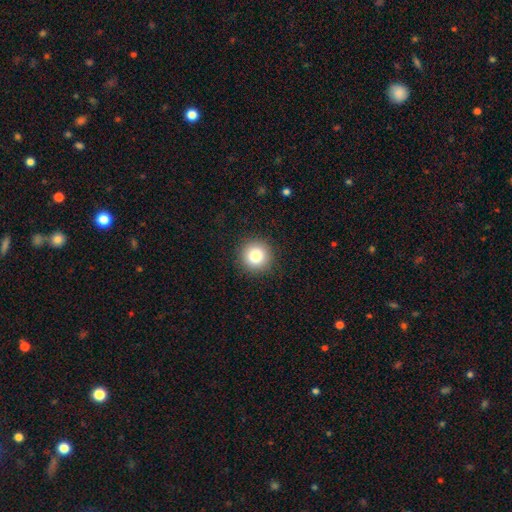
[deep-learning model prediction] A smooth galaxy with no disk features (84%) that is round (95%).

Vote fractions:
- Smooth or featured? smooth: 84% / star or artifact: 10% / featured or disk: 6%
- How rounded? round: 95% / in between: 4% / cigar-shaped: 1%
- Merging? none: 91% / minor disturbance: 6% / major disturbance: 2% / merger: 1%